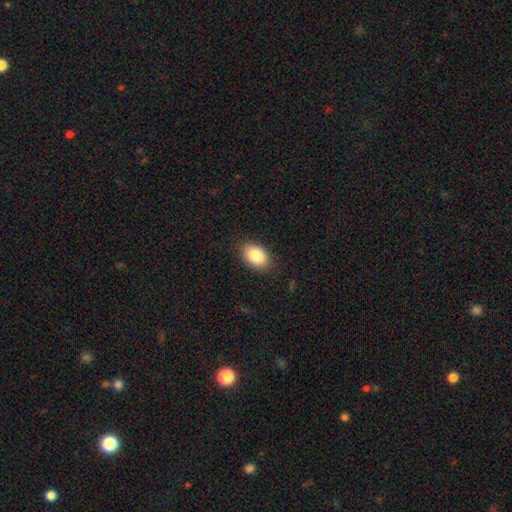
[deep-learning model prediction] smooth 86%, star or artifact 7%, featured or disk 7%. Down the decision tree: how rounded — in between (87%); merging — none (86%).